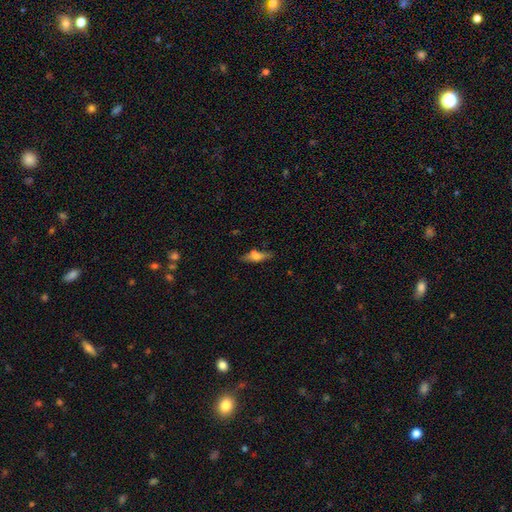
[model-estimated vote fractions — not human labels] A smooth galaxy with no disk features (56%) that is cigar-shaped (60%).

Vote fractions:
- Smooth or featured? smooth: 56% / featured or disk: 34% / star or artifact: 9%
- How rounded? cigar-shaped: 60% / in between: 37% / round: 3%
- Merging? none: 71% / minor disturbance: 16% / merger: 8% / major disturbance: 4%